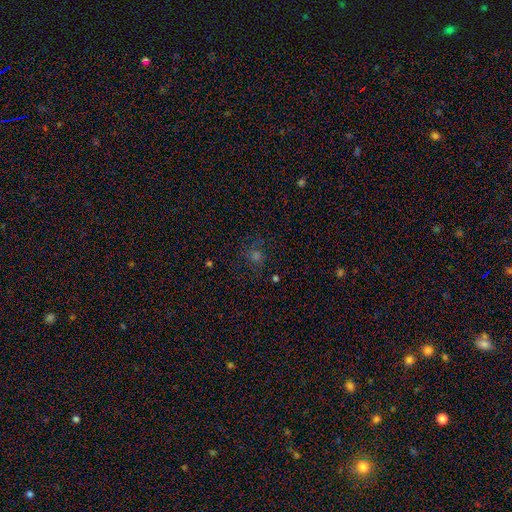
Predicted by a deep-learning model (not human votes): Overall: star or artifact (43%; smooth 40%).